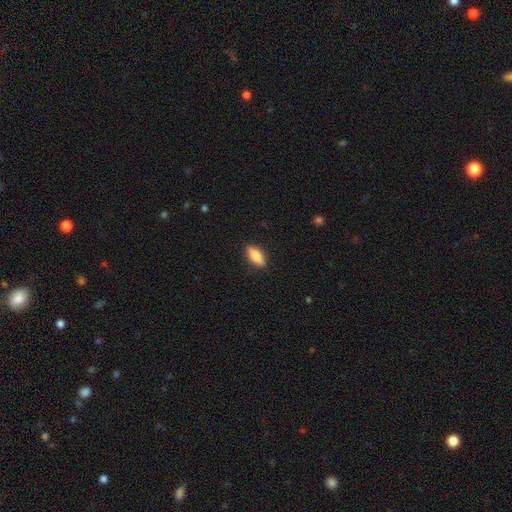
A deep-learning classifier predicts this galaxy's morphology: The model was most divided on "smooth or featured": smooth: 82%, featured or disk: 12%, star or artifact: 6%. More confident: merging — none (88%); how rounded — in between (84%).